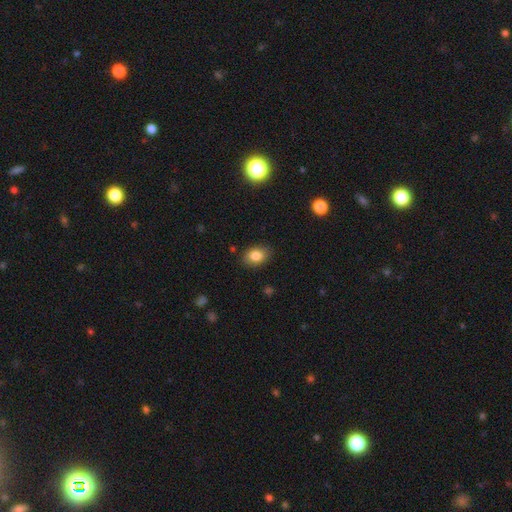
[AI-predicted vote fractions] Smooth or featured? smooth (84%)
How rounded? in between (73%)
Merging? none (84%)